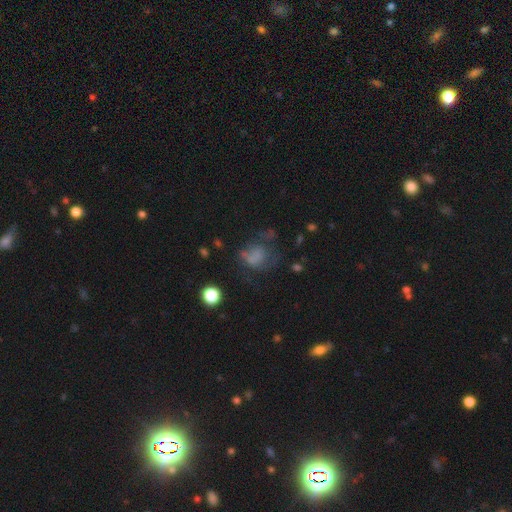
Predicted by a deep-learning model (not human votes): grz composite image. It shows a smooth galaxy with no disk features (58%) that is round (55%). Merging: none (36%).